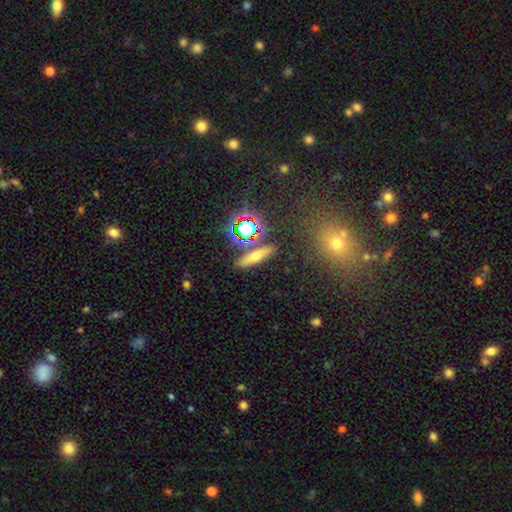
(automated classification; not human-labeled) Morphology: type=smooth (51%); roundness=cigar-shaped (58%); merging=none (82%).